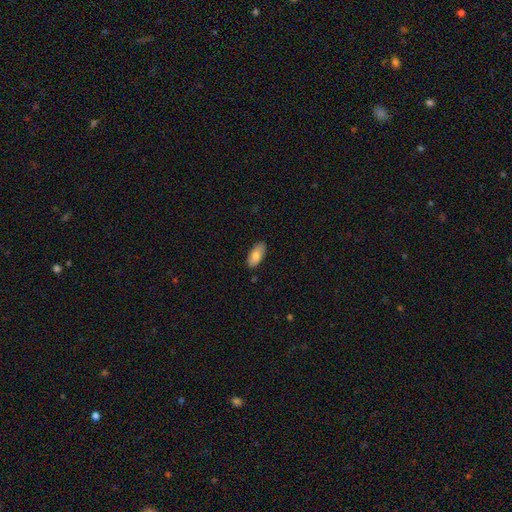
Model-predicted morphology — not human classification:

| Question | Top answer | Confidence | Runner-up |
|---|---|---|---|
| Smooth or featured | smooth | 81% | featured or disk (13%) |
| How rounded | in between | 89% | cigar-shaped (9%) |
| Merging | none | 86% | minor disturbance (11%) |